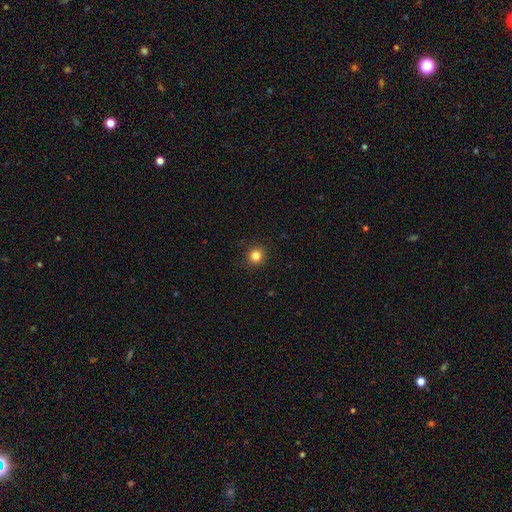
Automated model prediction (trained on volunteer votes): Smooth or featured? smooth (83%)
How rounded? round (92%)
Merging? none (91%)